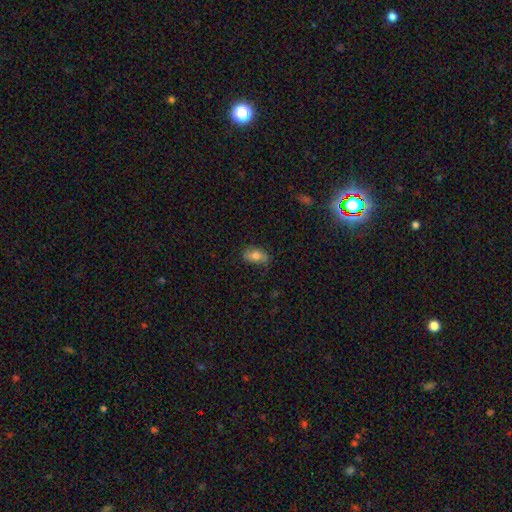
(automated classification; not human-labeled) Q: Smooth or featured?
A: smooth (74%); runner-up: featured or disk (18%)
Q: How rounded?
A: in between (88%); runner-up: round (6%)
Q: Merging?
A: none (76%); runner-up: minor disturbance (19%)